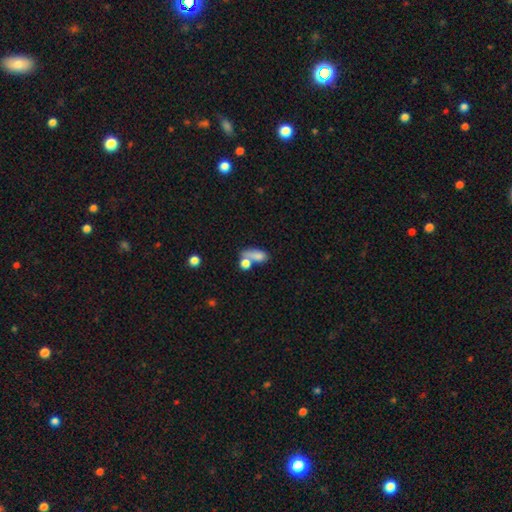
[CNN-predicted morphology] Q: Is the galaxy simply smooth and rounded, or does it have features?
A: smooth — 77%.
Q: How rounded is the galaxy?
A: in between — 74%.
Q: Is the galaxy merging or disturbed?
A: merger — 44%.